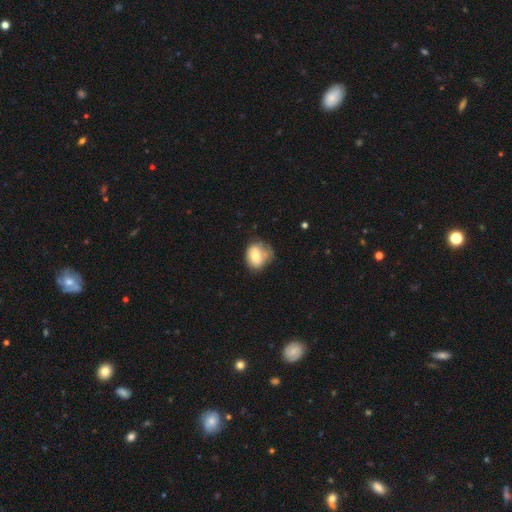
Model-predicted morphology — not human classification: A smooth galaxy with no disk features (67%) that is round (56%). Merging: none (42%).